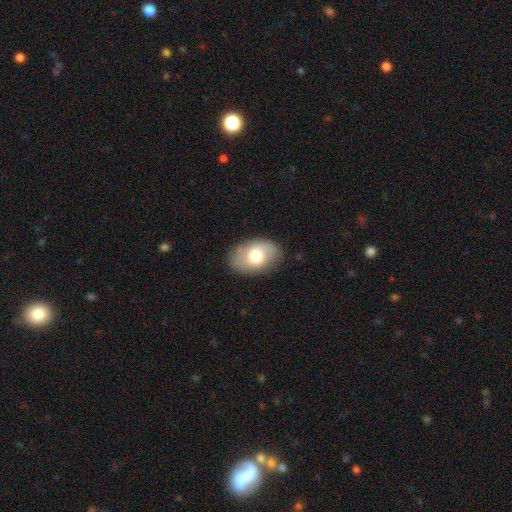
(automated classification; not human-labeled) A smooth galaxy with no disk features (66%) that is in between round and cigar-shaped (86%).

Vote fractions:
- Smooth or featured? smooth: 66% / featured or disk: 27% / star or artifact: 7%
- How rounded? in between: 86% / round: 13% / cigar-shaped: 1%
- Merging? none: 81% / minor disturbance: 14% / major disturbance: 4% / merger: 1%